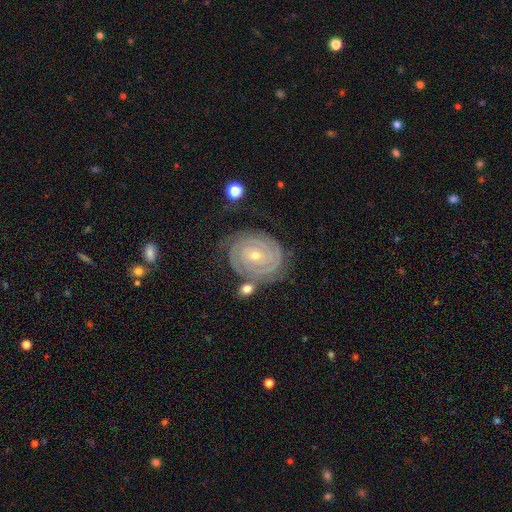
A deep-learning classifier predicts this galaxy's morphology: type=featured or disk (90%); edge-on=no (97%); bar=no (63%); spiral arms=yes (98%); winding=tight (89%); arm count=2 (57%); bulge=small (68%); merging=none (78%).